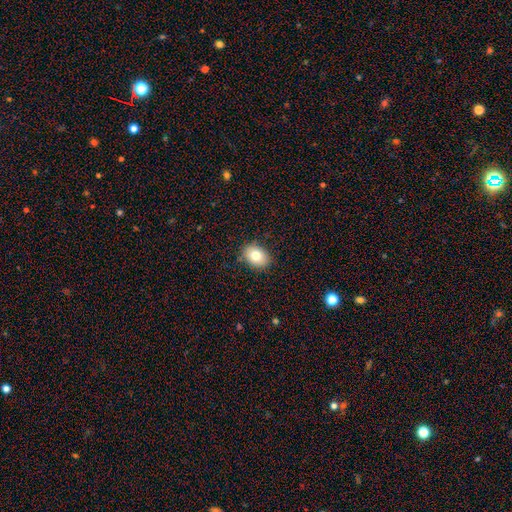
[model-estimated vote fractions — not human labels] Q: Smooth or featured?
A: smooth (78%); runner-up: featured or disk (13%)
Q: How rounded?
A: in between (68%); runner-up: round (31%)
Q: Merging?
A: none (87%); runner-up: minor disturbance (10%)